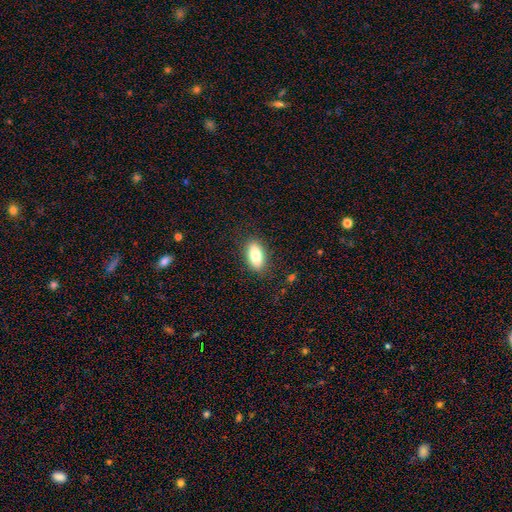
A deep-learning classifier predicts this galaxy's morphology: A smooth galaxy with no disk features (77%) that is in between round and cigar-shaped (84%).

Vote fractions:
- Smooth or featured? smooth: 77% / featured or disk: 15% / star or artifact: 7%
- How rounded? in between: 84% / cigar-shaped: 12% / round: 4%
- Merging? none: 85% / minor disturbance: 11% / major disturbance: 3% / merger: 1%